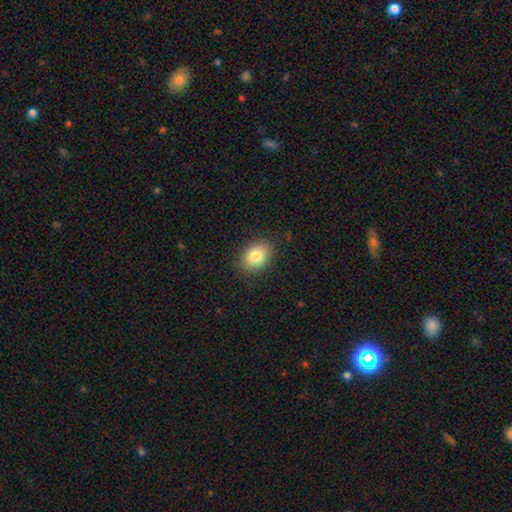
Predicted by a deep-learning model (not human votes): The model was most divided on "how rounded": in between: 71%, round: 28%, cigar-shaped: 1%. More confident: merging — none (87%); smooth or featured — smooth (83%).